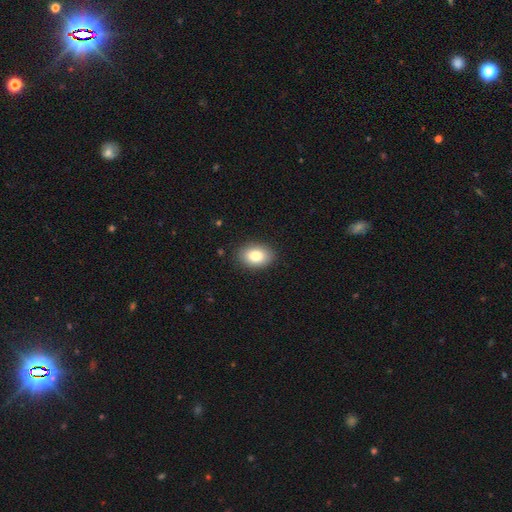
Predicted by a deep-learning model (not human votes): Smooth or featured: smooth — 83% (featured or disk — 9%)
How rounded: in between — 81% (round — 18%)
Merging: none — 88% (minor disturbance — 9%)